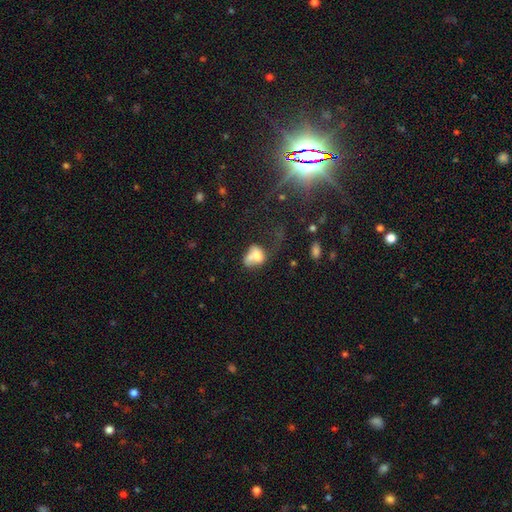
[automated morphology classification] type=smooth (61%); roundness=in between (66%); merging=merger (45%).